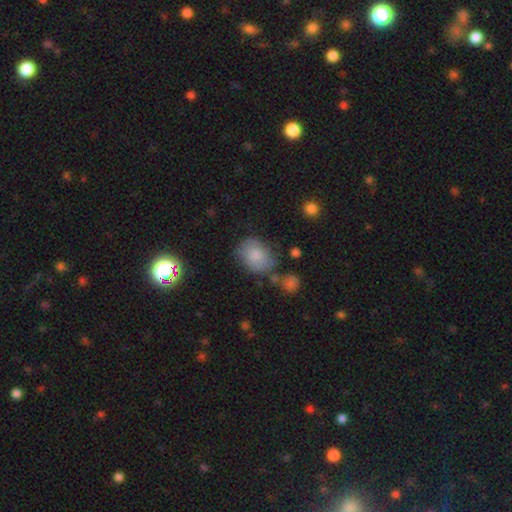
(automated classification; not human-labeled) Q: Smooth or featured?
A: smooth (77%); runner-up: featured or disk (14%)
Q: How rounded?
A: in between (56%); runner-up: round (43%)
Q: Merging?
A: none (62%); runner-up: minor disturbance (24%)